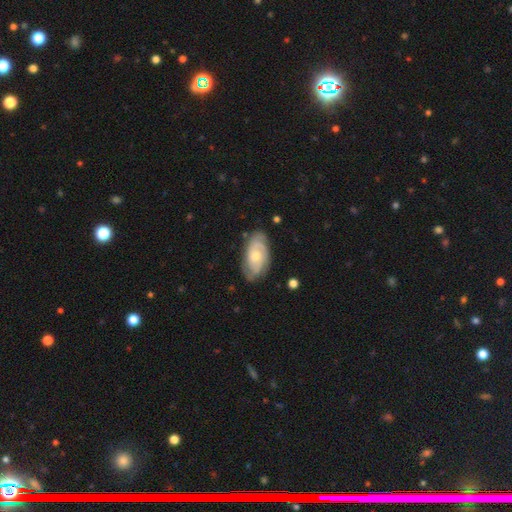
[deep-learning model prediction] smooth_or_featured: featured or disk (p=0.74) [alt: smooth p=0.21]
disk_edge_on: no (p=0.94) [alt: yes p=0.06]
bar: no (p=0.72) [alt: weak p=0.24]
has_spiral_arms: yes (p=0.91) [alt: no p=0.09]
spiral_winding: tight (p=0.60) [alt: medium p=0.31]
spiral_arm_count: 2 (p=0.39) [alt: can't tell p=0.31]
bulge_size: moderate (p=0.54) [alt: small p=0.42]
merging: none (p=0.78) [alt: minor disturbance p=0.17]